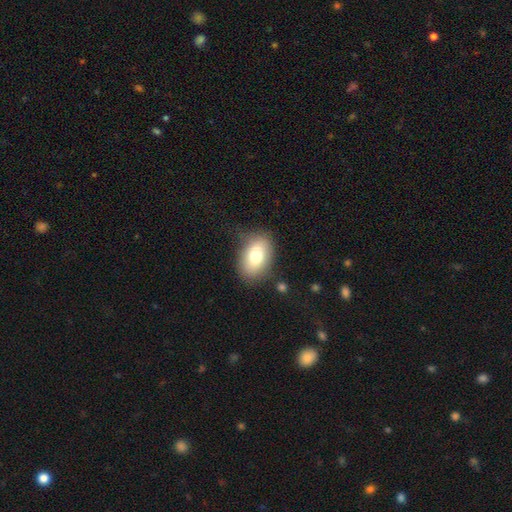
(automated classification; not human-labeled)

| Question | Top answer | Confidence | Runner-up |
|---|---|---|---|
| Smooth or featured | smooth | 76% | featured or disk (16%) |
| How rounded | in between | 86% | round (12%) |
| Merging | none | 75% | minor disturbance (17%) |